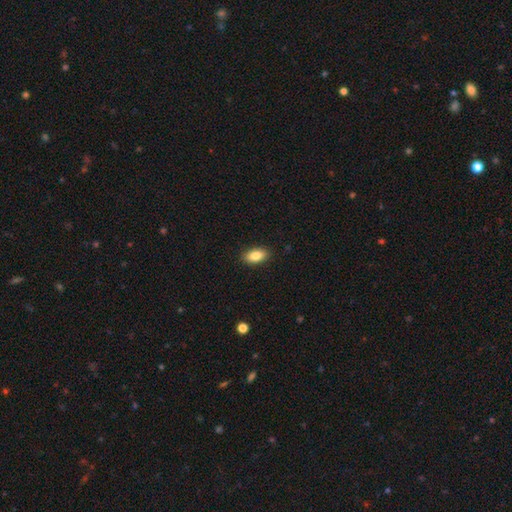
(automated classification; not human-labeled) This appears to be a smooth galaxy with no disk features (85%) that is in between round and cigar-shaped (91%). Merging: none (90%).